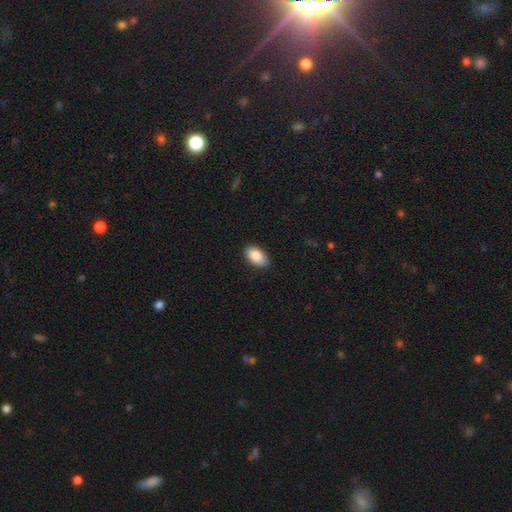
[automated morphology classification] The model was most divided on "merging": none: 86%, minor disturbance: 11%, major disturbance: 2%, merger: 1%. More confident: how rounded — in between (94%); smooth or featured — smooth (87%).